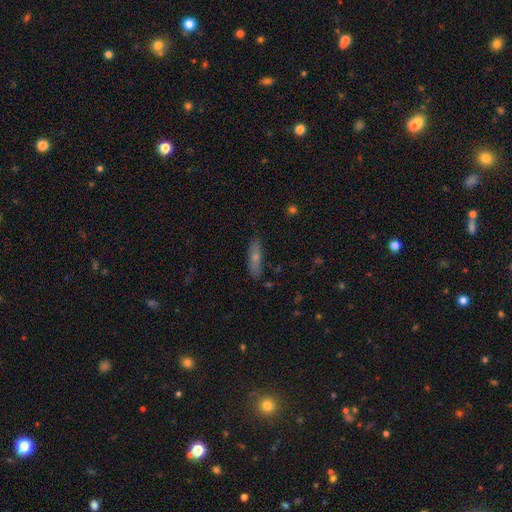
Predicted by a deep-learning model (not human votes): The model was most divided on "smooth or featured": smooth: 60%, featured or disk: 30%, star or artifact: 10%. More confident: merging — none (84%); how rounded — cigar-shaped (68%).